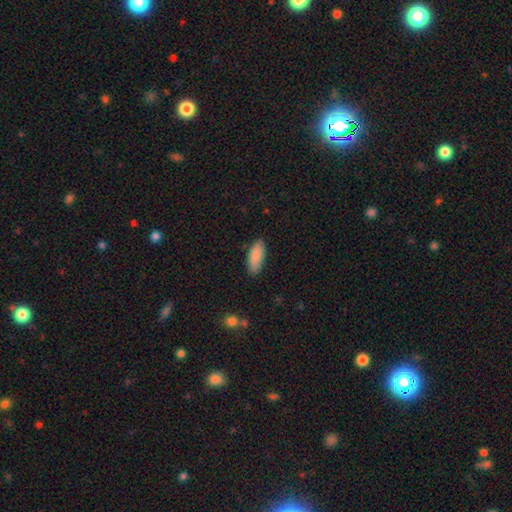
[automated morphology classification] smooth_or_featured: smooth (p=0.89) [alt: star or artifact p=0.06]
how_rounded: in between (p=0.78) [alt: cigar-shaped p=0.20]
merging: none (p=0.85) [alt: minor disturbance p=0.12]